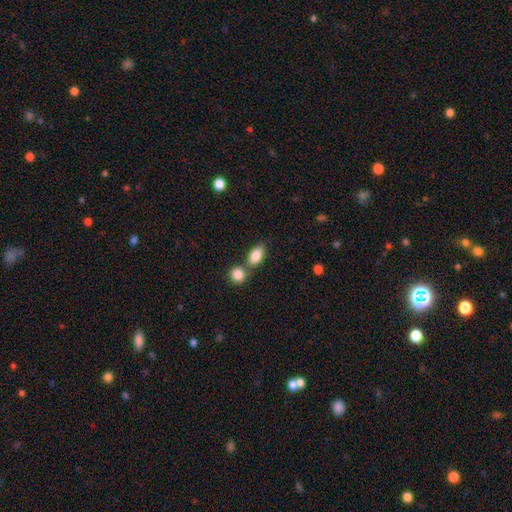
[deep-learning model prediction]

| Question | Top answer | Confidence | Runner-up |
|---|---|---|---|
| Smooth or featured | smooth | 85% | star or artifact (7%) |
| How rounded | in between | 85% | round (10%) |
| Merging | none | 56% | merger (31%) |